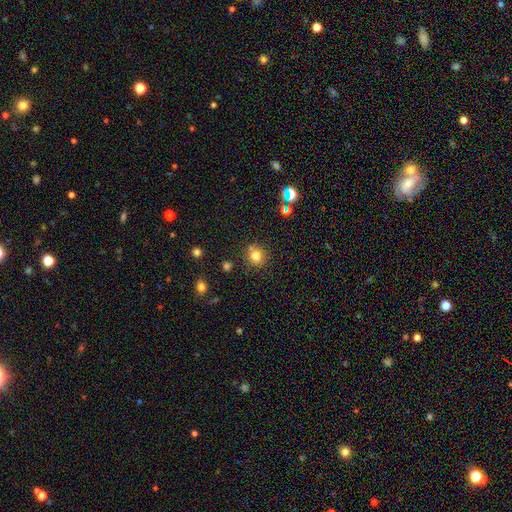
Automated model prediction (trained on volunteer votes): smooth 78%, star or artifact 15%, featured or disk 8%. Down the decision tree: how rounded — round (87%); merging — none (78%).